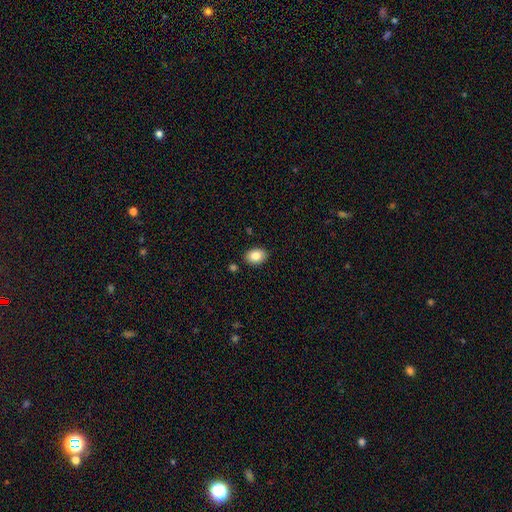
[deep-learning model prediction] Q: Smooth or featured?
A: smooth (84%); runner-up: star or artifact (8%)
Q: How rounded?
A: in between (76%); runner-up: round (23%)
Q: Merging?
A: none (87%); runner-up: minor disturbance (9%)